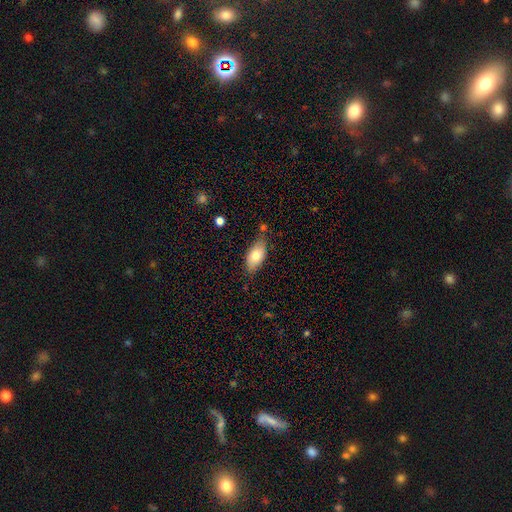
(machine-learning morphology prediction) A smooth galaxy with no disk features (76%) that is in between round and cigar-shaped (92%). Merging: none (74%).